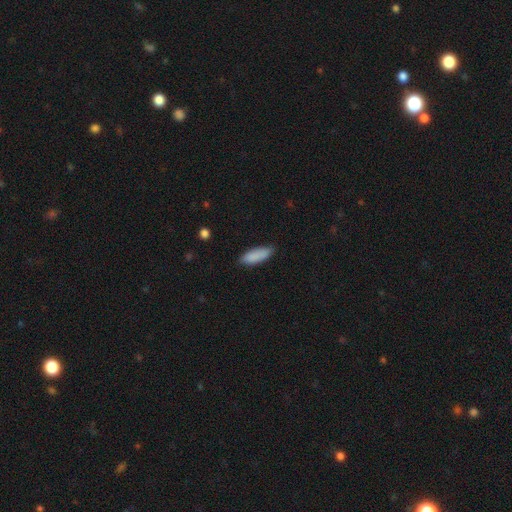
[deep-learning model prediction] A smooth galaxy with no disk features (88%) that is in between round and cigar-shaped (65%).

Vote fractions:
- Smooth or featured? smooth: 88% / featured or disk: 6% / star or artifact: 6%
- How rounded? in between: 65% / cigar-shaped: 33% / round: 2%
- Merging? none: 79% / minor disturbance: 17% / major disturbance: 3% / merger: 1%